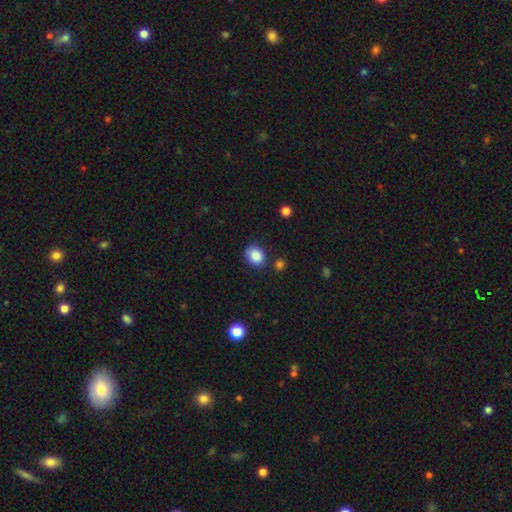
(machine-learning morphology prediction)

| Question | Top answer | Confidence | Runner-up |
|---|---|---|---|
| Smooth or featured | smooth | 87% | star or artifact (9%) |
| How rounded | round | 52% | in between (47%) |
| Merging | none | 77% | minor disturbance (15%) |